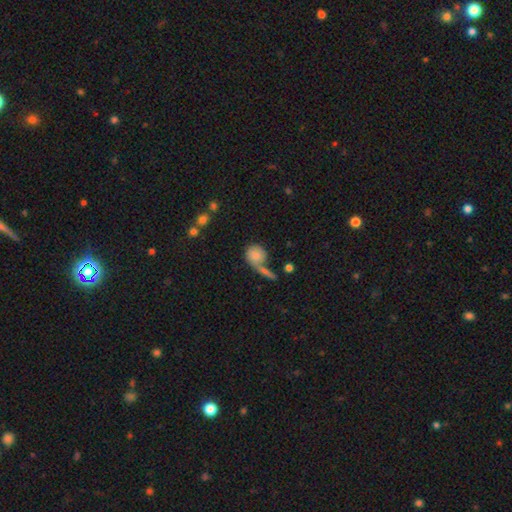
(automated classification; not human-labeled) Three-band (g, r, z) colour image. It shows a smooth galaxy with no disk features (72%) that is round (70%). Merging: none (36%).